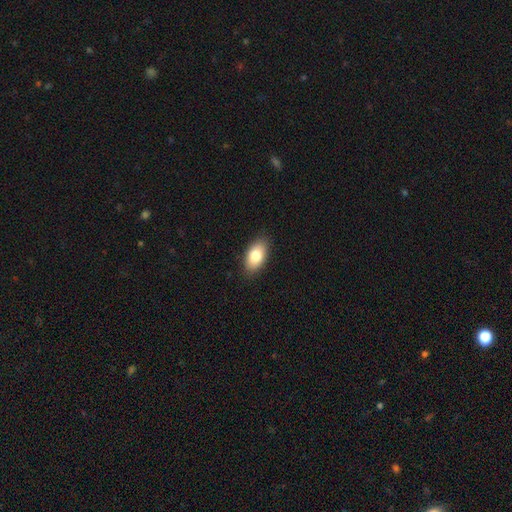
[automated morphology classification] type=smooth (81%); roundness=in between (92%); merging=none (87%).